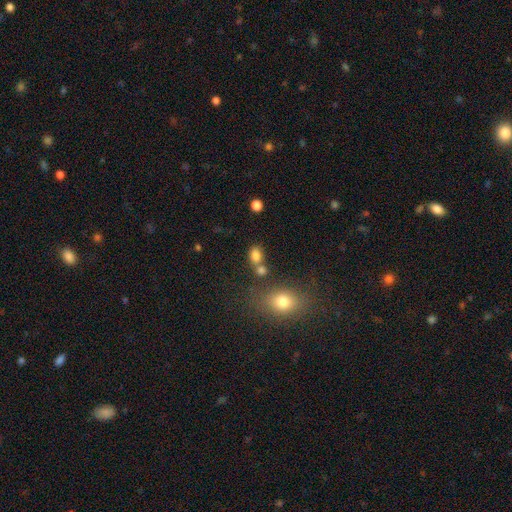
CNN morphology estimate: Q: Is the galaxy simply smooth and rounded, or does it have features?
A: smooth — 80%.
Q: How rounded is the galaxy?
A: in between — 69%.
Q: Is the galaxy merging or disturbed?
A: none — 54%.